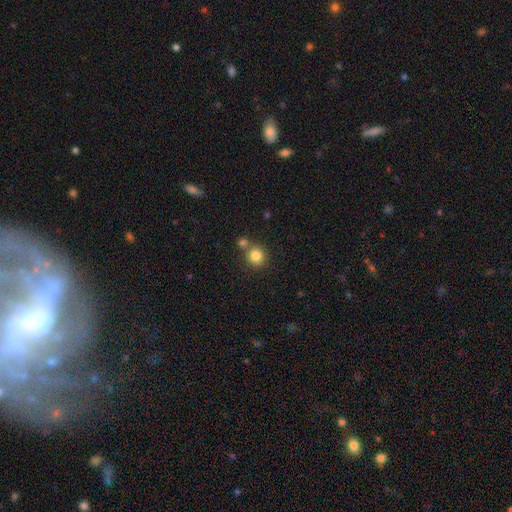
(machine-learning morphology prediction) A smooth galaxy with no disk features (83%) that is round (91%).

Vote fractions:
- Smooth or featured? smooth: 83% / star or artifact: 11% / featured or disk: 6%
- How rounded? round: 91% / in between: 8% / cigar-shaped: 1%
- Merging? none: 69% / merger: 20% / minor disturbance: 8% / major disturbance: 3%